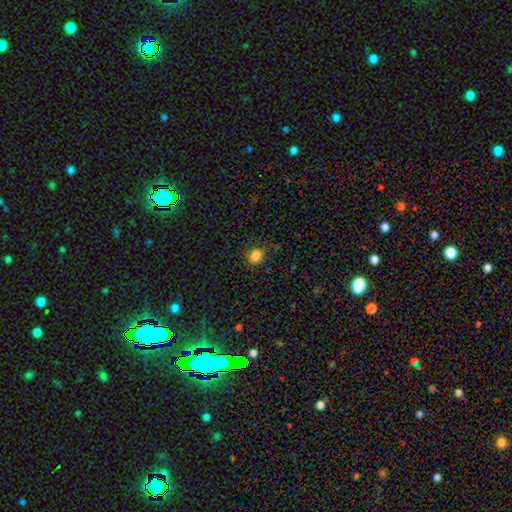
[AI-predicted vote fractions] This appears to be a smooth galaxy with no disk features (83%) that is round (72%). Merging: none (88%).